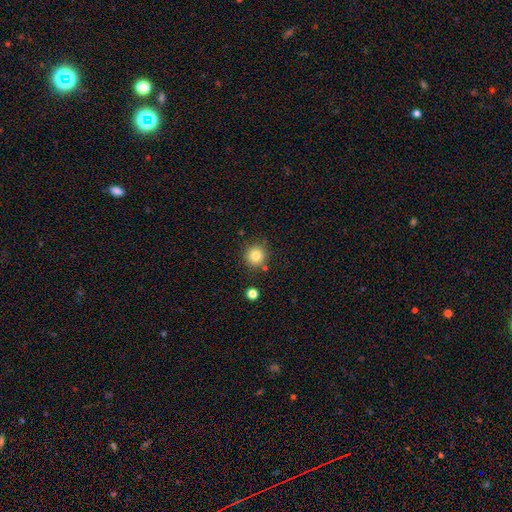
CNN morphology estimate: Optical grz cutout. It shows a smooth galaxy with no disk features (82%) that is round (93%). Merging: none (82%).